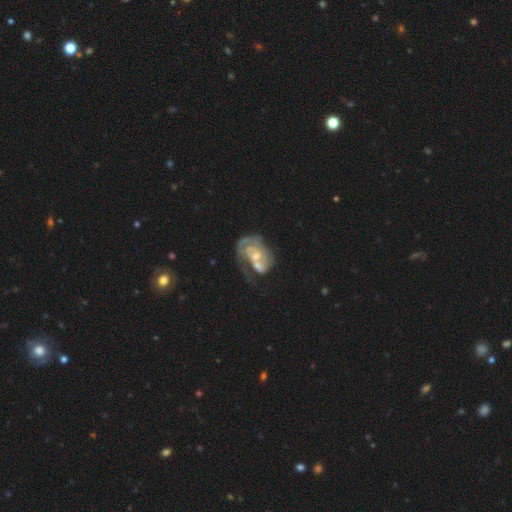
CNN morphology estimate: This appears to be a featured or disk galaxy (74%) with no bar (69%), 2 (33%) tight (45%) spiral arms (75%) and a small central bulge (46%). Merging: merger (51%).